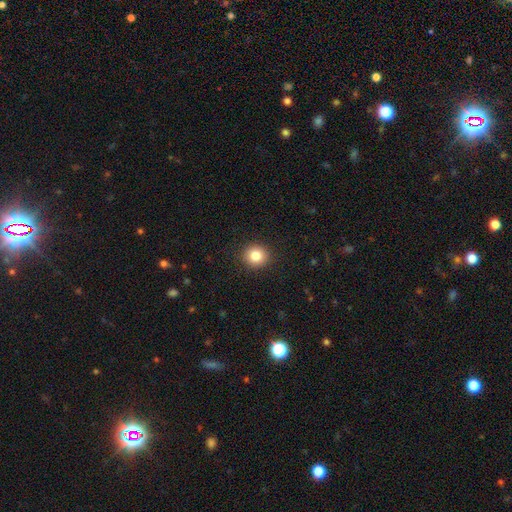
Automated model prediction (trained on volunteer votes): The model was most divided on "smooth or featured": smooth: 84%, star or artifact: 10%, featured or disk: 6%. More confident: merging — none (91%); how rounded — round (88%).